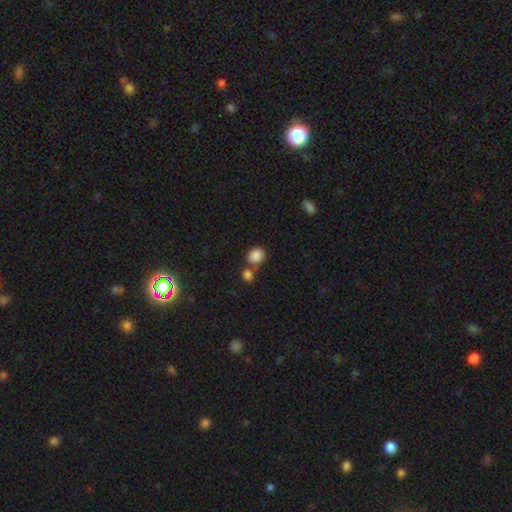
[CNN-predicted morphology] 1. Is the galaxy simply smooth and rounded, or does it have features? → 85% smooth, 10% star or artifact, 5% featured or disk.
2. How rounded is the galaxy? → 66% round, 33% in between, 1% cigar-shaped.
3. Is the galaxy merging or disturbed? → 54% none, 33% merger, 10% minor disturbance, 3% major disturbance.